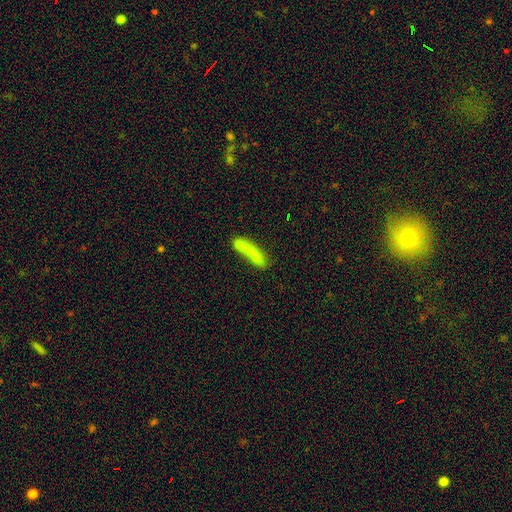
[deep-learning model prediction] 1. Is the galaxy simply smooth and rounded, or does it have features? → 72% smooth, 18% featured or disk, 10% star or artifact.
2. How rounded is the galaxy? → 70% cigar-shaped, 27% in between, 3% round.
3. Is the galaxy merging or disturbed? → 35% merger (tied), 35% none (tied), 17% minor disturbance, 14% major disturbance.